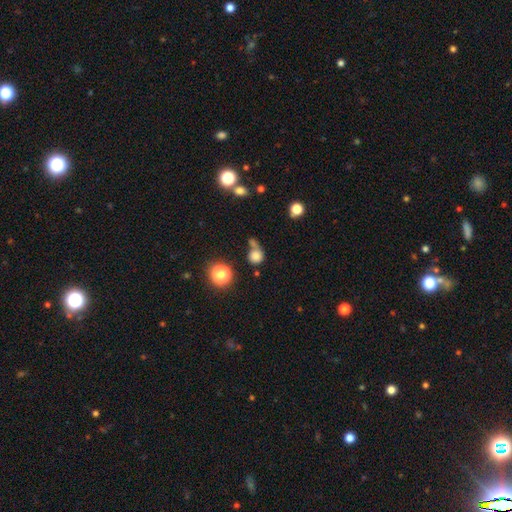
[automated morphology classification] smooth 77%, star or artifact 15%, featured or disk 8%. Down the decision tree: how rounded — round (84%); merging — none (45%).